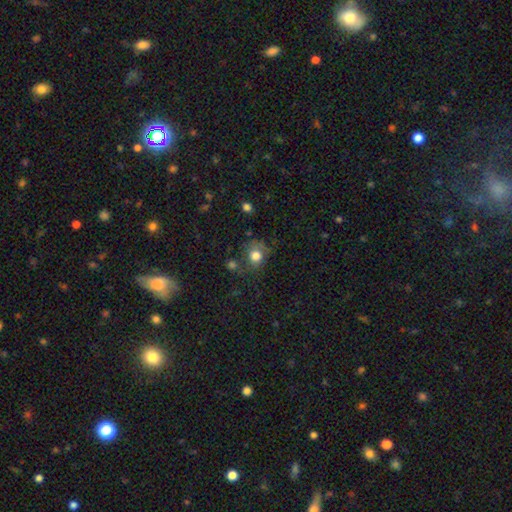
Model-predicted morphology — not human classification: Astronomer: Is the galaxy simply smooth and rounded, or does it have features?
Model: smooth — 78%.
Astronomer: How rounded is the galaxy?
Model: round — 75%.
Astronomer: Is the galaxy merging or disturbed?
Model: none — 58%.